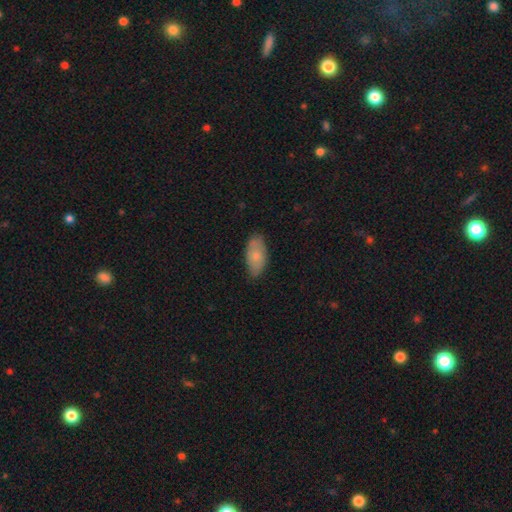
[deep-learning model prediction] Overall: smooth (74%). How rounded: in between (93%). Merging: none (77%).